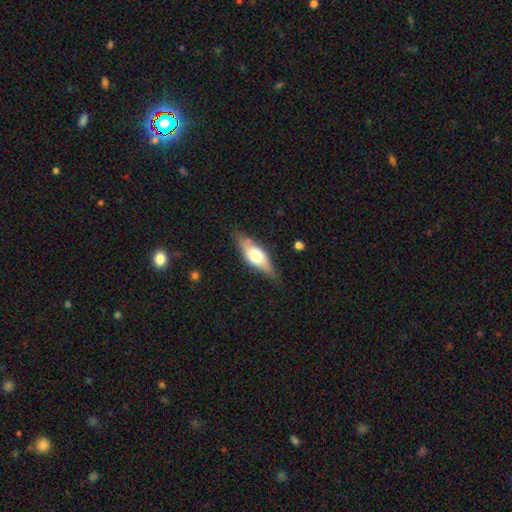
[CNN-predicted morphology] This appears to be a featured or disk galaxy (48%). Merging: none (77%).